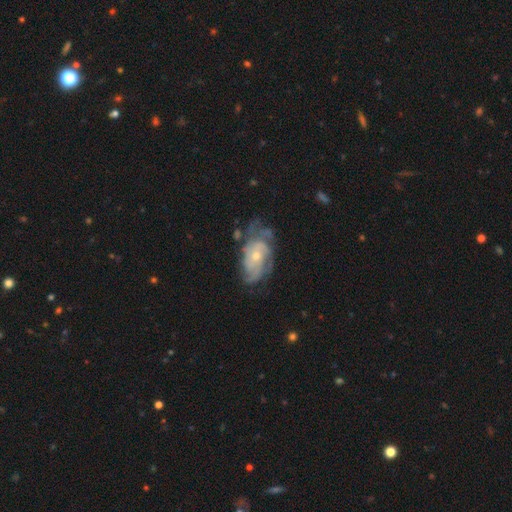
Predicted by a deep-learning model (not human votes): This is clearly a featured or disk galaxy (82%). It is clearly not viewed edge-on (96%). Bar: likely no (74%). Spiral arm pattern: clearly yes (91%). Spiral arm count: marginally can't tell (35%). Spiral winding: possibly tight (54%). Central bulge: possibly small (56%). Merging: possibly none (51%).